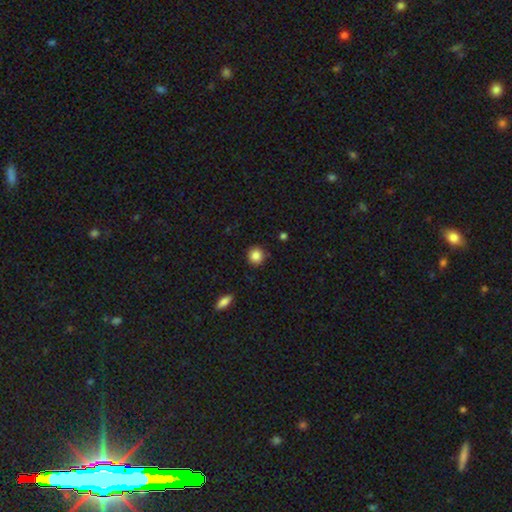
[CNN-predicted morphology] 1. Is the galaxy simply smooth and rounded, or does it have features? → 86% smooth, 9% star or artifact, 4% featured or disk.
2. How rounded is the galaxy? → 91% round, 8% in between, 1% cigar-shaped.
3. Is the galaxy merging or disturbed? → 88% none, 8% minor disturbance, 2% major disturbance, 2% merger.